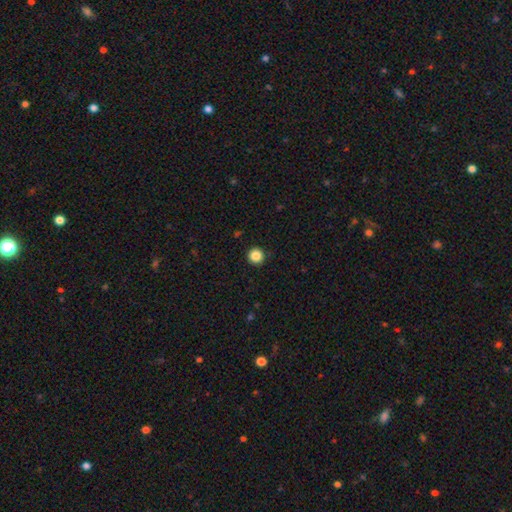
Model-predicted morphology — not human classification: Q: Smooth or featured?
A: smooth (86%); runner-up: star or artifact (11%)
Q: How rounded?
A: round (96%); runner-up: in between (3%)
Q: Merging?
A: none (93%); runner-up: minor disturbance (5%)